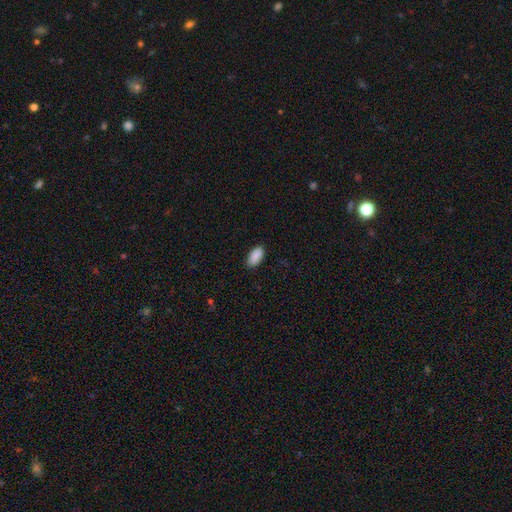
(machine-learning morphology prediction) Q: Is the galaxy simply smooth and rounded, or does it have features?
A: smooth — 89%.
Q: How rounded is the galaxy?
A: in between — 92%.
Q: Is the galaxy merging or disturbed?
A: none — 84%.